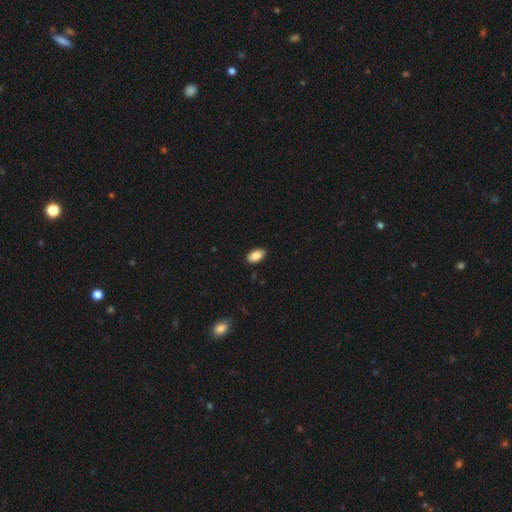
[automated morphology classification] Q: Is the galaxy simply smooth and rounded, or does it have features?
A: smooth — 88%.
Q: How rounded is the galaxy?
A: in between — 94%.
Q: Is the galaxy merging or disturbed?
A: none — 88%.